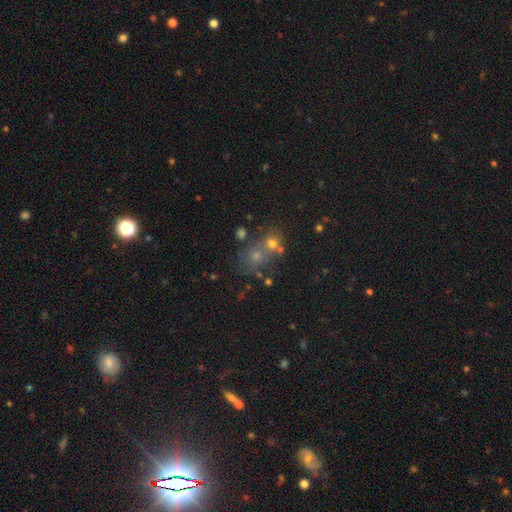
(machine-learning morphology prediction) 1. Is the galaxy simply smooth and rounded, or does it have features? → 52% smooth, 30% star or artifact, 18% featured or disk.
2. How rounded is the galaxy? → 74% round, 25% in between, 2% cigar-shaped.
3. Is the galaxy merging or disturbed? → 49% none, 37% merger, 9% minor disturbance, 5% major disturbance.